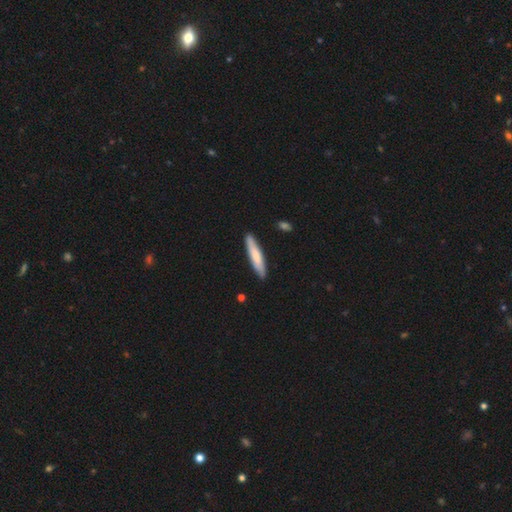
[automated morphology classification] The model was most divided on "smooth or featured": smooth: 72%, featured or disk: 23%, star or artifact: 5%. More confident: merging — none (89%); how rounded — cigar-shaped (88%).